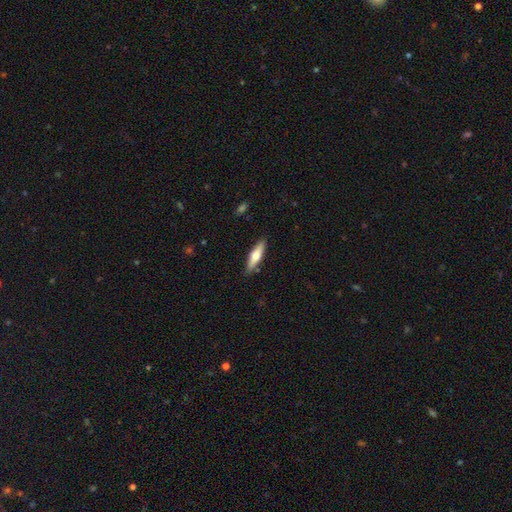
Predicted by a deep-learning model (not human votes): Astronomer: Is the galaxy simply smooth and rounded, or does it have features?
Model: smooth — 53% (runner-up: featured or disk, 42%).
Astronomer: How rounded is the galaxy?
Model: cigar-shaped — 70%.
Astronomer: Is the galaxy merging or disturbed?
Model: none — 88%.